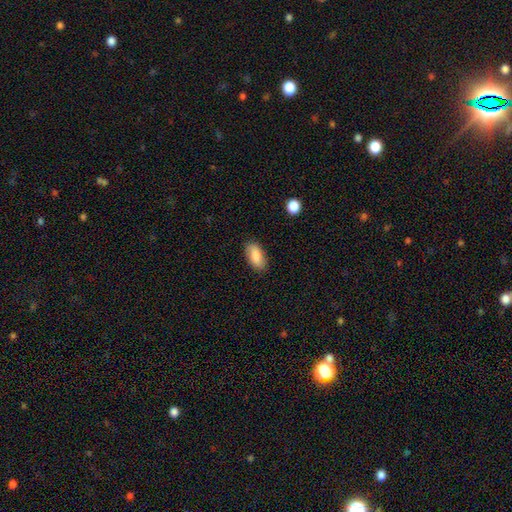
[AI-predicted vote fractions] This appears to be a smooth galaxy with no disk features (86%) that is in between round and cigar-shaped (91%). Merging: none (86%).